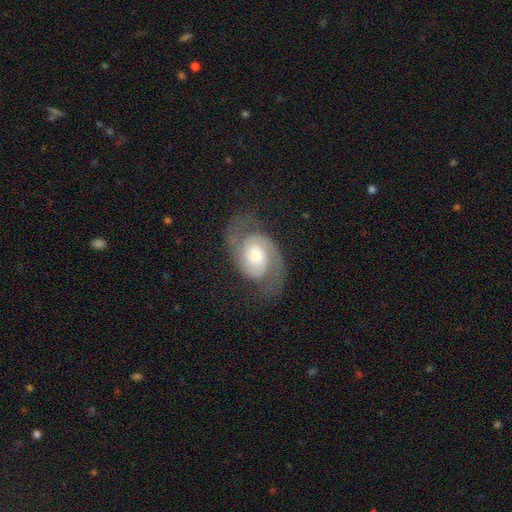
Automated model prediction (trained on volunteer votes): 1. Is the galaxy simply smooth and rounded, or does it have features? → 88% featured or disk, 8% smooth, 5% star or artifact.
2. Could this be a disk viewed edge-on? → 98% no, 2% yes.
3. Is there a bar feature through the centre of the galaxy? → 67% no, 26% weak, 7% strong.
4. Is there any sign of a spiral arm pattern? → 97% yes, 3% no.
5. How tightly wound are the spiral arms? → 50% medium, 34% tight, 16% loose.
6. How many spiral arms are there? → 93% 2, 3% can't tell, 1% 1, 1% 3, 1% 4, 1% more than 4.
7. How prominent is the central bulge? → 49% moderate, 33% small, 13% large, 3% dominant, 2% none.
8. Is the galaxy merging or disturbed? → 73% none, 16% minor disturbance, 10% major disturbance, 1% merger.